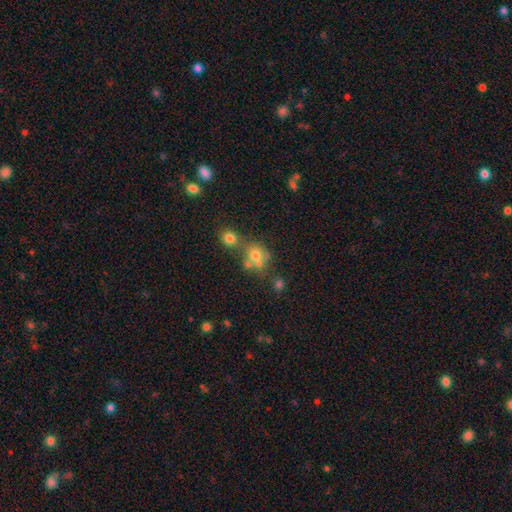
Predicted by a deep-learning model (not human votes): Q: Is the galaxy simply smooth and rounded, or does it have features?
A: smooth — 64%.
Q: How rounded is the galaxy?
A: round — 77%.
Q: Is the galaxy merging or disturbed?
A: none — 44%.